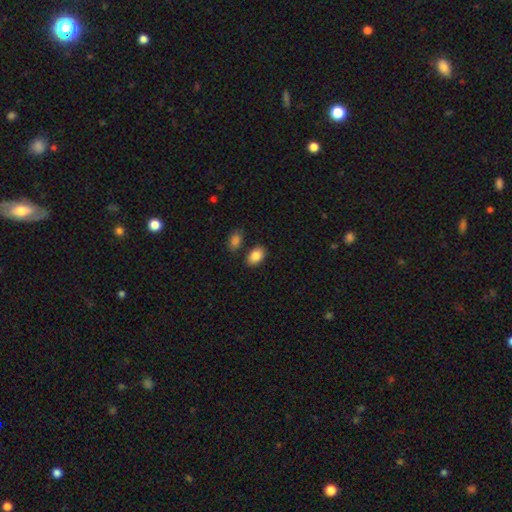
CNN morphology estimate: Smooth or featured: smooth — 86% (star or artifact — 8%)
How rounded: in between — 88% (round — 11%)
Merging: none — 81% (minor disturbance — 11%)